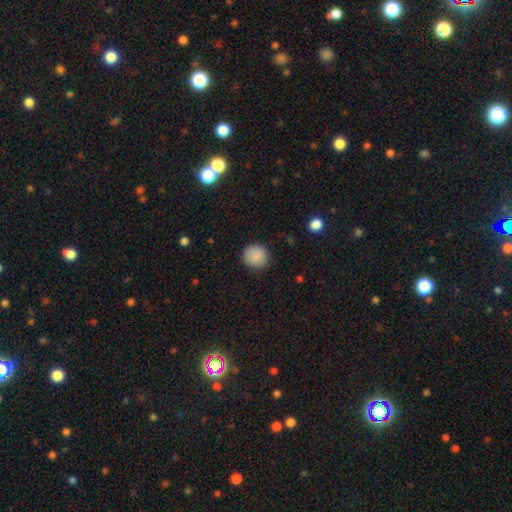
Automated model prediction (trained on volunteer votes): Smooth or featured? smooth (87%)
How rounded? round (89%)
Merging? none (84%)